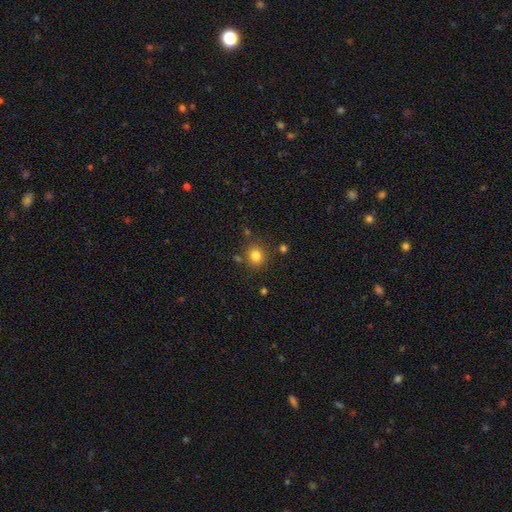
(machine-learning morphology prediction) Smooth or featured? Predicted: smooth (p=0.81). How rounded? Predicted: round (p=0.86). Merging? Predicted: none (p=0.83).